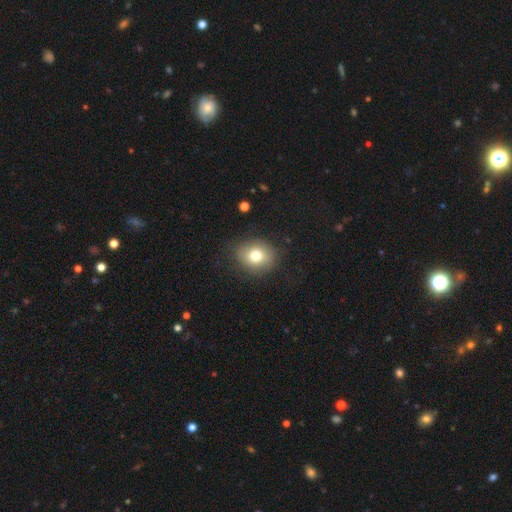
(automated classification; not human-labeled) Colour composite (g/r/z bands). It shows a smooth galaxy with no disk features (77%) that is round (64%). Merging: none (83%).